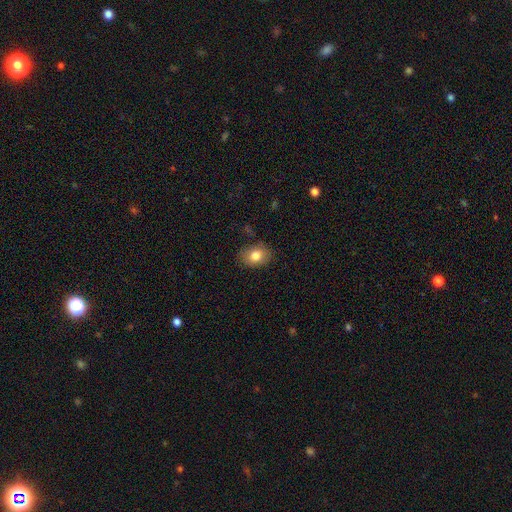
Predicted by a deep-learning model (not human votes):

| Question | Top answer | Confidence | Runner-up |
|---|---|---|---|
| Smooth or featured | smooth | 81% | featured or disk (10%) |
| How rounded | in between | 68% | round (31%) |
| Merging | none | 83% | minor disturbance (13%) |